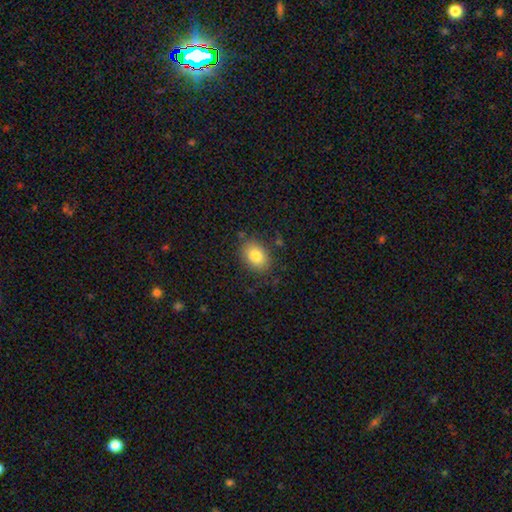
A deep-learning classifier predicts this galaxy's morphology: type=smooth (81%); roundness=in between (67%); merging=none (82%).